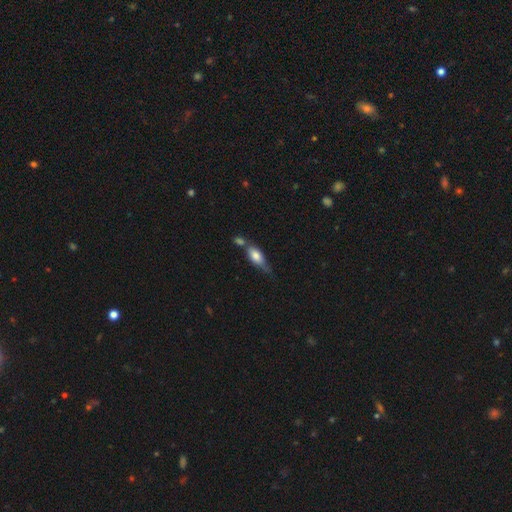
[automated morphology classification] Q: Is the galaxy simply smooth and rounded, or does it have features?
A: smooth — 69%.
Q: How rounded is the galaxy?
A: in between — 74%.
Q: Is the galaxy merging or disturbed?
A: merger — 35%, tied with none.